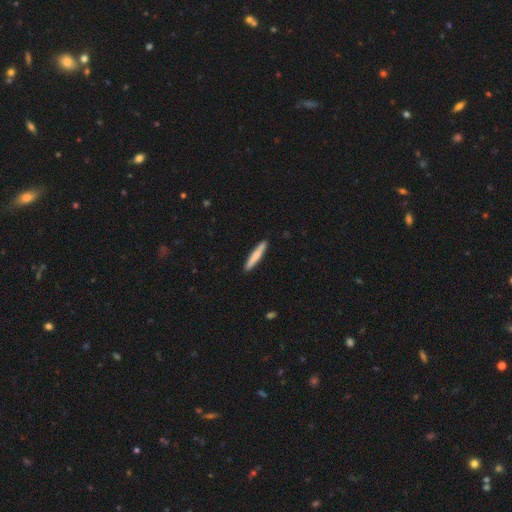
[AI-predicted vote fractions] Q: Smooth or featured?
A: smooth (73%); runner-up: featured or disk (22%)
Q: How rounded?
A: cigar-shaped (94%); runner-up: in between (5%)
Q: Merging?
A: none (90%); runner-up: minor disturbance (8%)